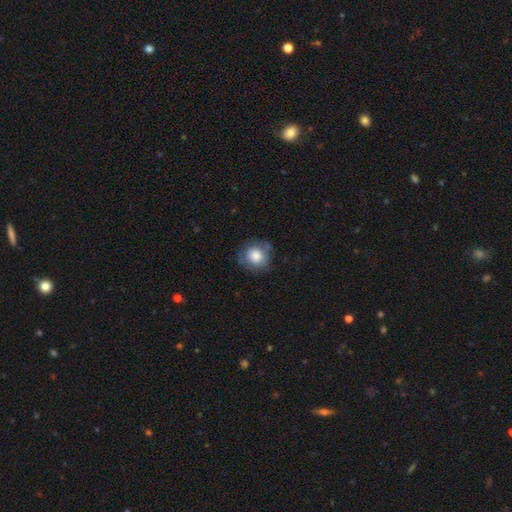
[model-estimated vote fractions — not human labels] Overall: smooth (80%). How rounded: round (86%). Merging: none (73%).